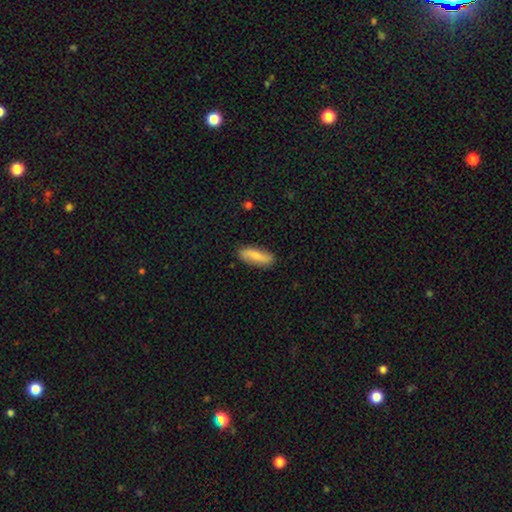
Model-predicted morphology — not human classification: Smooth or featured: smooth — 68% (featured or disk — 26%)
How rounded: in between — 52% (cigar-shaped — 45%)
Merging: none — 82% (minor disturbance — 13%)